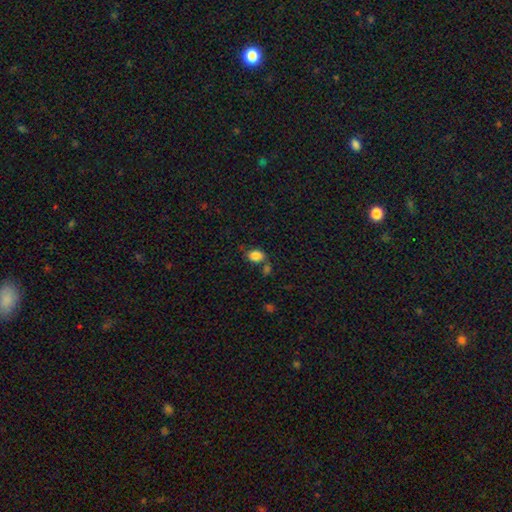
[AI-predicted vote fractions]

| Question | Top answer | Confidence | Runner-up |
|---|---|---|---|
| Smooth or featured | smooth | 85% | star or artifact (10%) |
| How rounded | in between | 70% | round (29%) |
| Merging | none | 60% | merger (18%) |